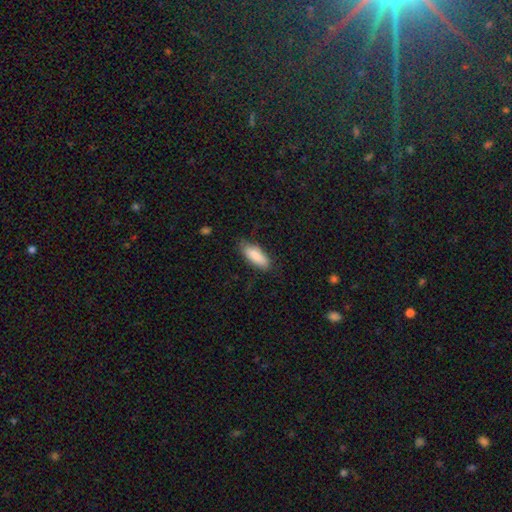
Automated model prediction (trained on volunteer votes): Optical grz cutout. It shows a smooth galaxy with no disk features (87%) that is in between round and cigar-shaped (72%). Merging: none (77%).